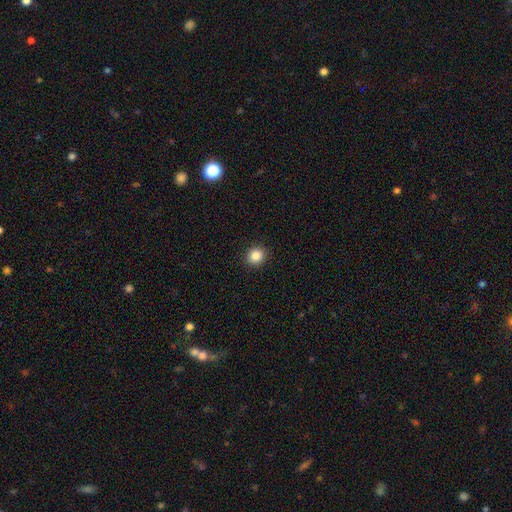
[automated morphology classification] smooth 87%, star or artifact 10%, featured or disk 4%. Down the decision tree: how rounded — round (81%); merging — none (92%).